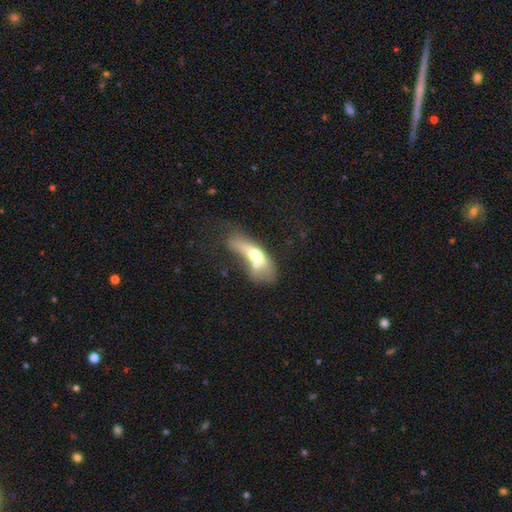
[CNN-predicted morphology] Q: Smooth or featured?
A: smooth (53%); runner-up: featured or disk (39%)
Q: How rounded?
A: in between (53%); runner-up: cigar-shaped (38%)
Q: Merging?
A: merger (42%); runner-up: major disturbance (21%)